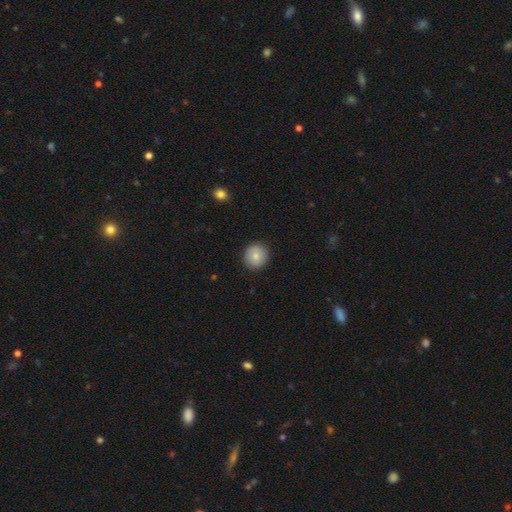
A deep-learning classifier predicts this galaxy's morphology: This is clearly a smooth galaxy (80%). How rounded: clearly round (90%). Merging: clearly none (90%).